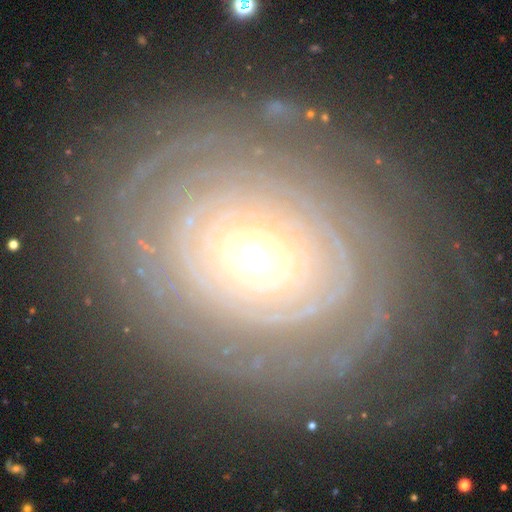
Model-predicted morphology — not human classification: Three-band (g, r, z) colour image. It shows a featured or disk galaxy (83%) with no bar (80%), tight (83%) spiral arms (85%) and a moderate central bulge (64%). Merging: none (76%).